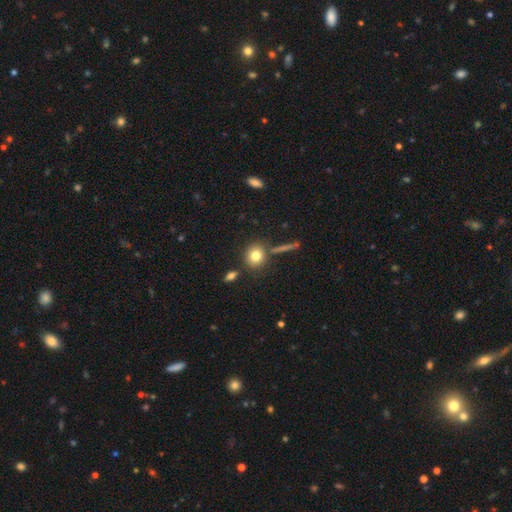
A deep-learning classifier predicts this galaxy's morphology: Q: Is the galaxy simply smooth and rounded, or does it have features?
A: smooth — 79%.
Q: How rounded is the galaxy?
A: round — 80%.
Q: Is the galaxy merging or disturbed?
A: none — 77%.